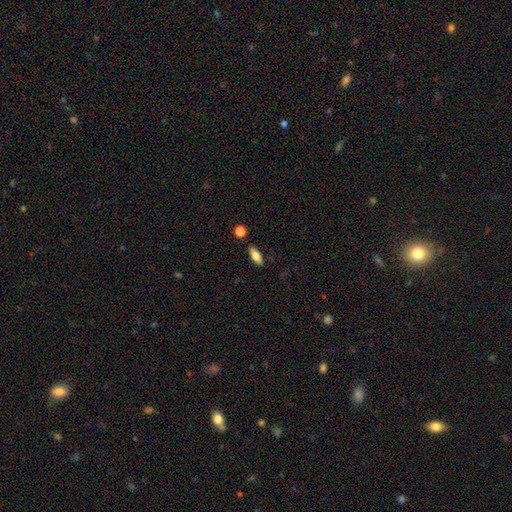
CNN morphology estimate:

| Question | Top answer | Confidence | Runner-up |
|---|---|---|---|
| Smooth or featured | smooth | 70% | featured or disk (23%) |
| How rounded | in between | 71% | cigar-shaped (26%) |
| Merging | none | 84% | minor disturbance (11%) |